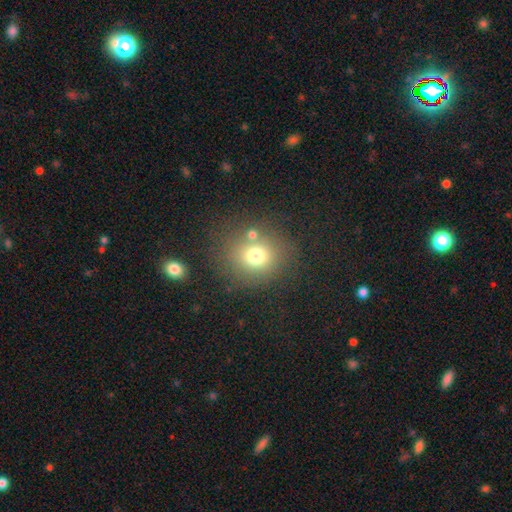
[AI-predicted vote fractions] Smooth or featured? Predicted: smooth (p=0.71). How rounded? Predicted: round (p=0.84). Merging? Predicted: none (p=0.72).